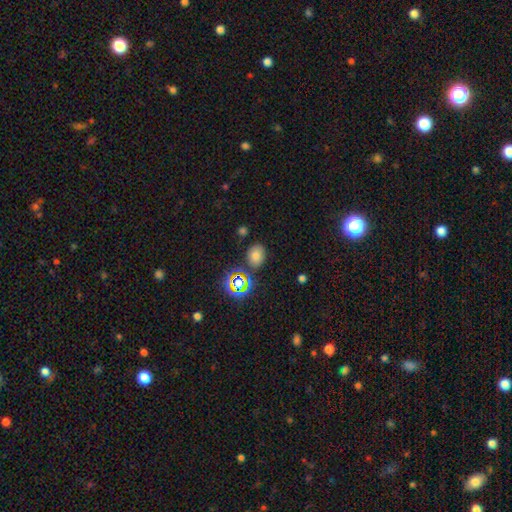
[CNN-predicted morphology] A smooth galaxy with no disk features (67%) that is in between round and cigar-shaped (56%). Merging: none (79%).